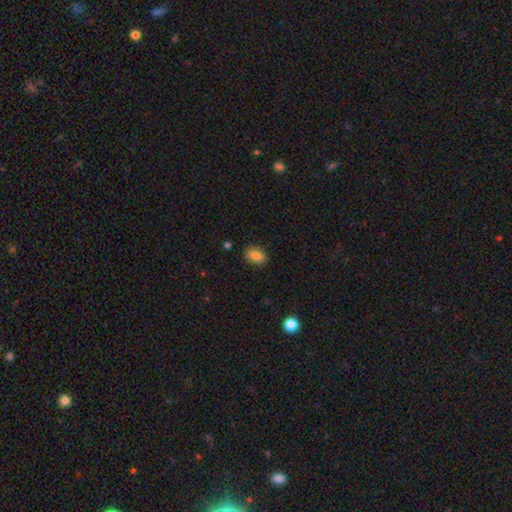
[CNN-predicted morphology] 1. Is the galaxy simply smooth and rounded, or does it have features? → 83% smooth, 9% star or artifact, 8% featured or disk.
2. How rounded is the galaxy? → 82% in between, 16% round, 2% cigar-shaped.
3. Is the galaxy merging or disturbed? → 85% none, 12% minor disturbance, 2% major disturbance, 1% merger.